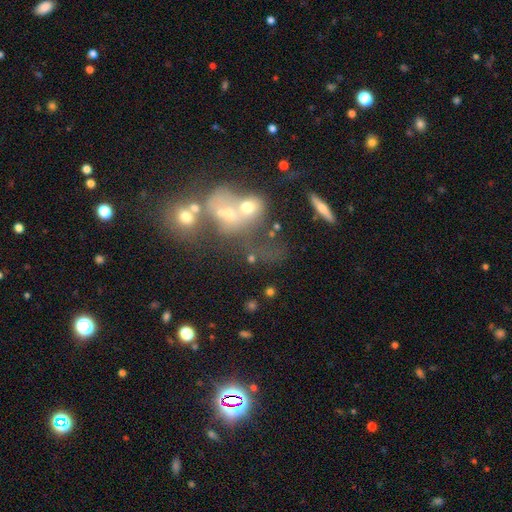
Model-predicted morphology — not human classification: Smooth or featured: smooth — 40% (featured or disk — 33%)
Merging: merger — 57% (none — 21%)